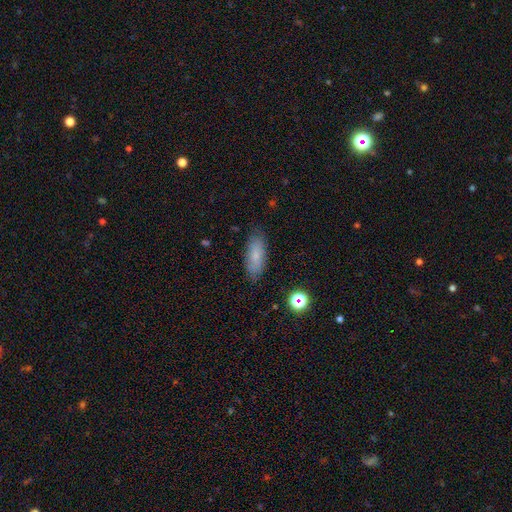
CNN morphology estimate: A smooth galaxy with no disk features (75%) that is in between round and cigar-shaped (74%). Merging: none (82%).